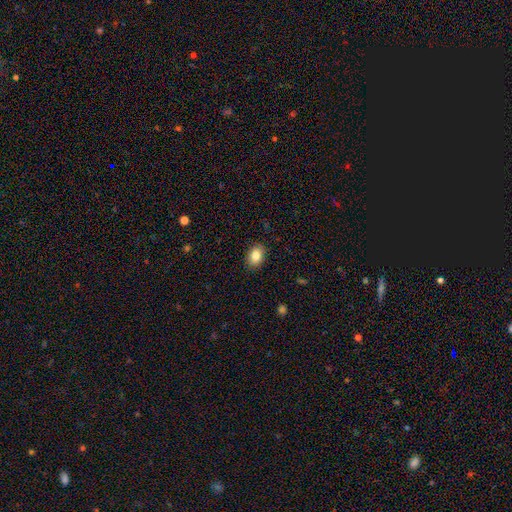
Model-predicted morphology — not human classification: smooth_or_featured: smooth (p=0.85) [alt: star or artifact p=0.08]
how_rounded: in between (p=0.80) [alt: round p=0.19]
merging: none (p=0.89) [alt: minor disturbance p=0.08]